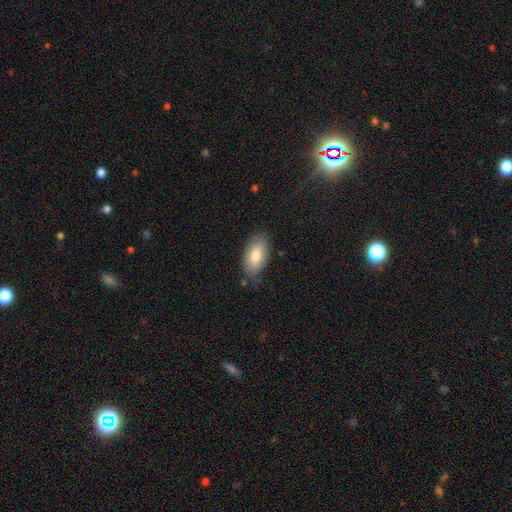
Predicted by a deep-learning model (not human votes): smooth-or-featured: smooth: 79% | featured or disk: 14% | star or artifact: 7%
  how-rounded: in between: 92% | cigar-shaped: 4% | round: 3%
  merging: none: 76% | minor disturbance: 19% | major disturbance: 4% | merger: 2%